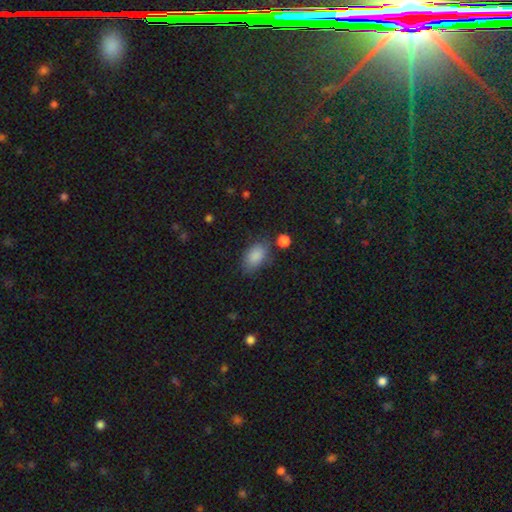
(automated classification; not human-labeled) Smooth or featured? smooth (86%)
How rounded? in between (91%)
Merging? none (69%)